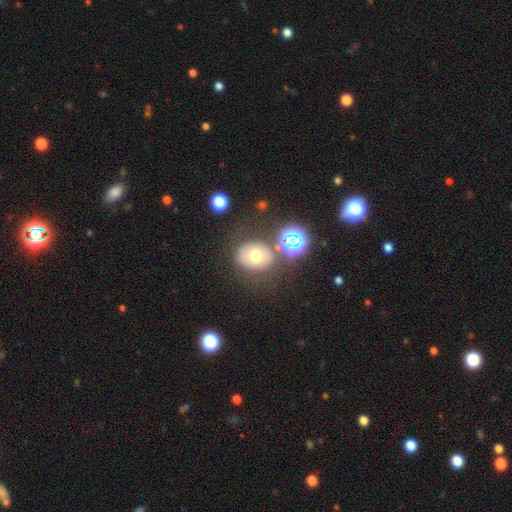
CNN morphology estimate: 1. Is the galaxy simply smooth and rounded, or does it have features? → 59% smooth, 26% featured or disk, 15% star or artifact.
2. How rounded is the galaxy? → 63% round, 36% in between, 1% cigar-shaped.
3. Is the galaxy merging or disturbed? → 71% none, 13% minor disturbance, 9% merger, 7% major disturbance.